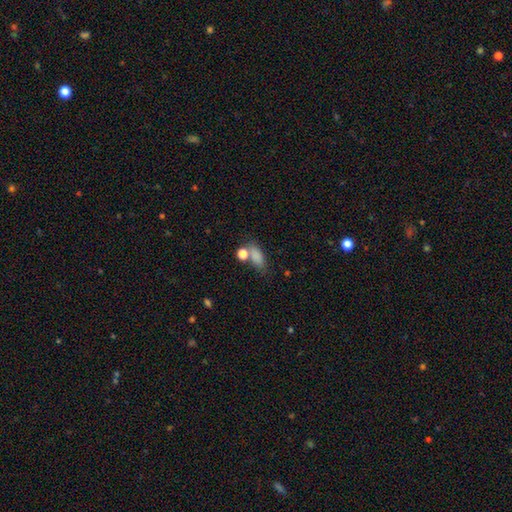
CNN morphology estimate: Overall: smooth (80%). How rounded: in between (78%). Merging: none (55%; merger 22%).